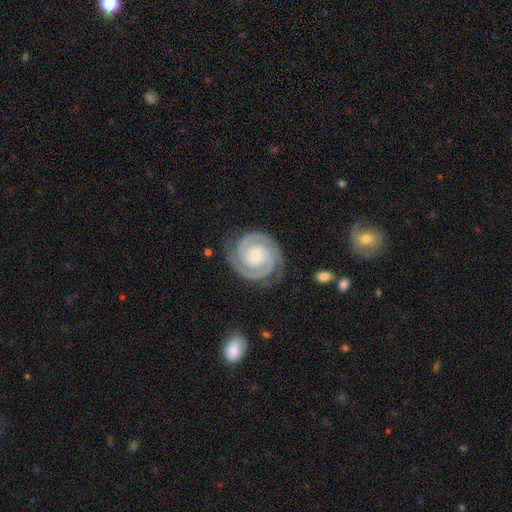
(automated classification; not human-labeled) Q: Smooth or featured?
A: featured or disk (93%); runner-up: smooth (4%)
Q: Edge-on disk?
A: no (98%); runner-up: yes (2%)
Q: Bar?
A: no (66%); runner-up: weak (23%)
Q: Spiral arms?
A: yes (99%); runner-up: no (1%)
Q: Spiral winding?
A: tight (79%); runner-up: medium (19%)
Q: Spiral arm count?
A: 2 (93%); runner-up: 3 (2%)
Q: Bulge size?
A: small (60%); runner-up: moderate (30%)
Q: Merging?
A: none (84%); runner-up: minor disturbance (11%)